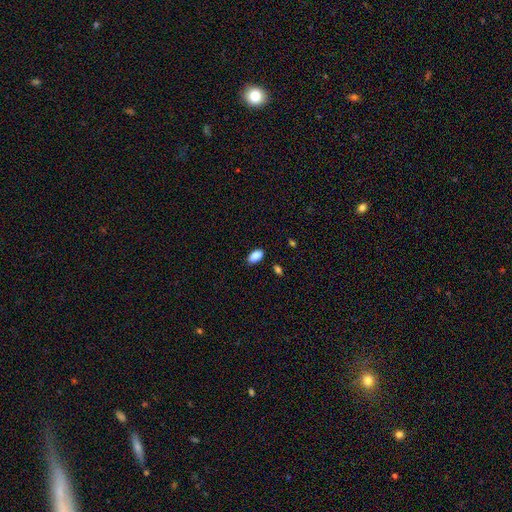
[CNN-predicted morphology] Smooth or featured? Predicted: smooth (p=0.89). How rounded? Predicted: in between (p=0.93). Merging? Predicted: none (p=0.85).